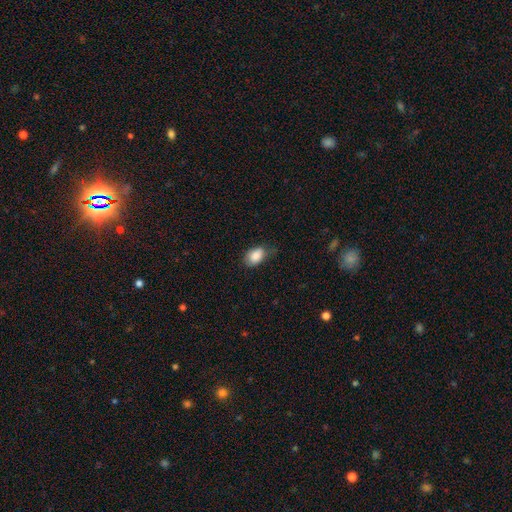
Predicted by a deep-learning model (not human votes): smooth_or_featured: smooth (p=0.85) [alt: featured or disk p=0.07]
how_rounded: in between (p=0.85) [alt: round p=0.13]
merging: none (p=0.56) [alt: minor disturbance p=0.33]